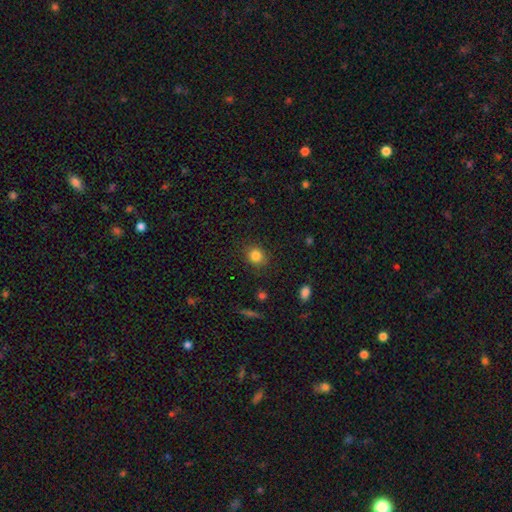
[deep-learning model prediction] This appears to be a smooth galaxy with no disk features (83%) that is round (76%). Merging: none (85%).